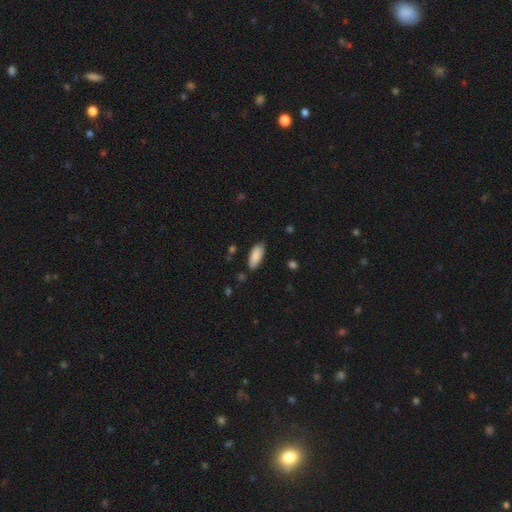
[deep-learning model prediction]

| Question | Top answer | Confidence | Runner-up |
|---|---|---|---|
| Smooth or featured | smooth | 88% | star or artifact (6%) |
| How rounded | in between | 83% | cigar-shaped (15%) |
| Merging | none | 80% | minor disturbance (16%) |